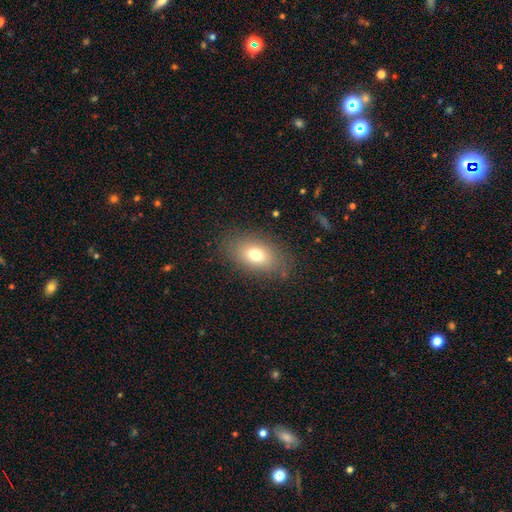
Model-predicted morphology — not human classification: Q: Smooth or featured?
A: smooth (72%); runner-up: featured or disk (15%)
Q: How rounded?
A: in between (86%); runner-up: round (12%)
Q: Merging?
A: none (86%); runner-up: minor disturbance (10%)